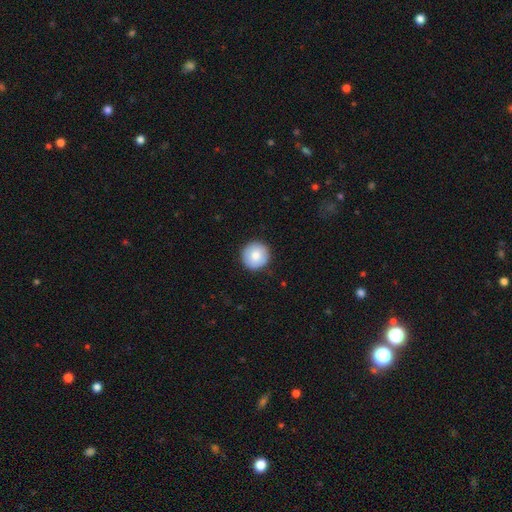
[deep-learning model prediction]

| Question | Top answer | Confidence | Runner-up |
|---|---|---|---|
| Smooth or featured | smooth | 82% | featured or disk (11%) |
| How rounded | round | 96% | in between (3%) |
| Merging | none | 91% | minor disturbance (6%) |